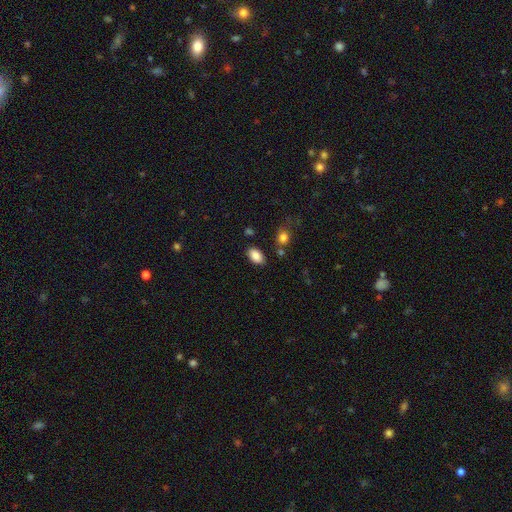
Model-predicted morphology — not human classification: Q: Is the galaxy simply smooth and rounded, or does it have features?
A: smooth — 87%.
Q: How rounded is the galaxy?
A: in between — 91%.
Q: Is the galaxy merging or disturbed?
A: none — 82%.